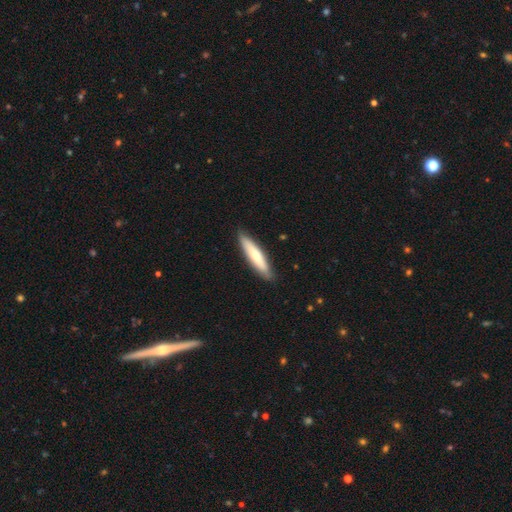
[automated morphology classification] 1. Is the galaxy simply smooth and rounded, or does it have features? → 65% smooth, 30% featured or disk, 5% star or artifact.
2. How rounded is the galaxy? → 84% cigar-shaped, 15% in between, 1% round.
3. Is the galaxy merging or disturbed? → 88% none, 10% minor disturbance, 2% major disturbance, 1% merger.